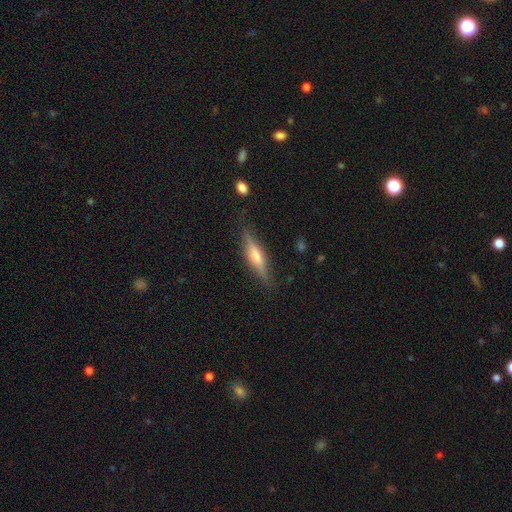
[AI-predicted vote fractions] Morphology: type=featured or disk (58%); edge-on=yes (95%); edge-on bulge=rounded (77%); merging=none (84%).